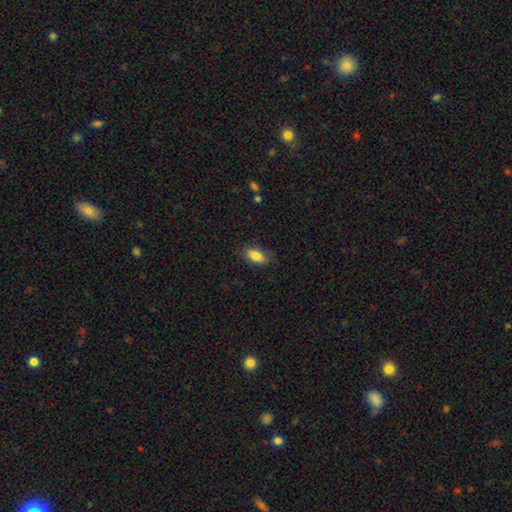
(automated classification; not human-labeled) This appears to be a smooth galaxy with no disk features (82%) that is in between round and cigar-shaped (86%). Merging: none (81%).